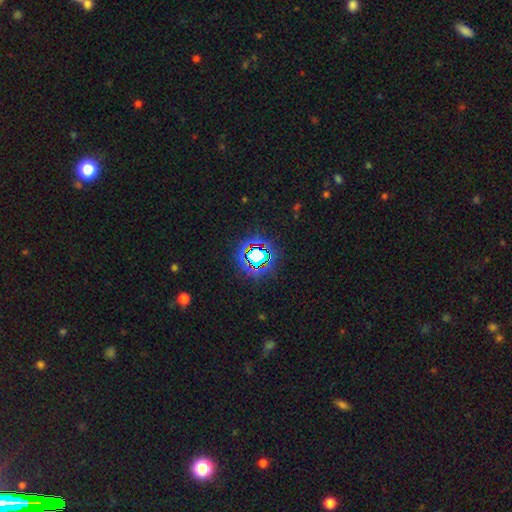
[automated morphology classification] Smooth or featured: star or artifact — 69% (smooth — 19%)